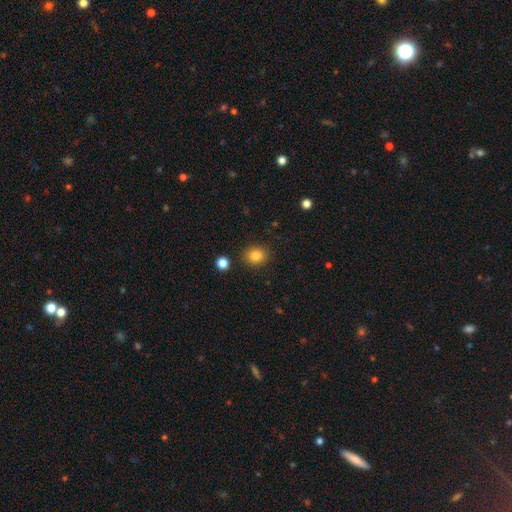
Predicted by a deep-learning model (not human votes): The model was most divided on "how rounded": round: 74%, in between: 25%, cigar-shaped: 1%. More confident: merging — none (87%); smooth or featured — smooth (85%).